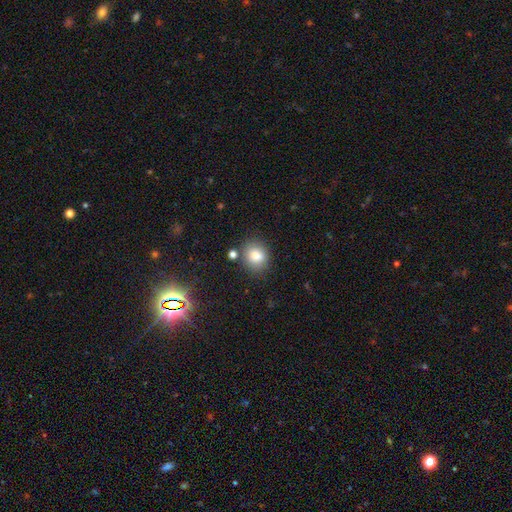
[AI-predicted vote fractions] Morphology: type=smooth (83%); roundness=round (60%); merging=none (78%).